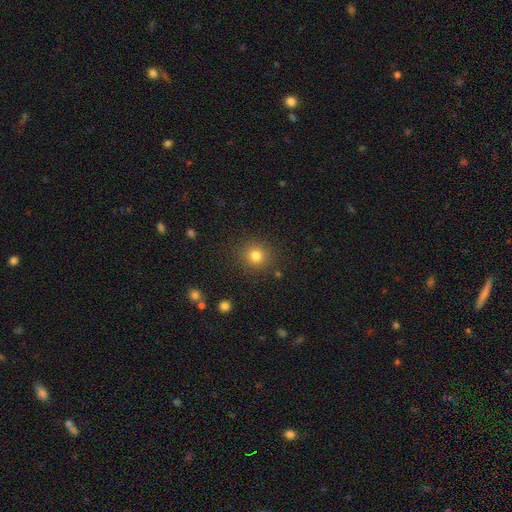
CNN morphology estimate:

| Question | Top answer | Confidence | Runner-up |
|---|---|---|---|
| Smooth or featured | smooth | 80% | star or artifact (13%) |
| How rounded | round | 91% | in between (8%) |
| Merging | none | 89% | minor disturbance (7%) |